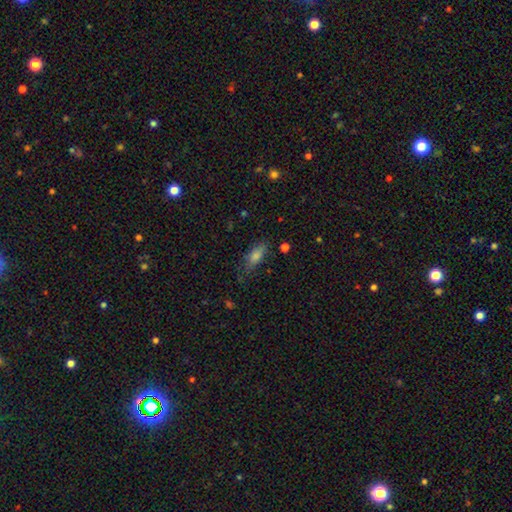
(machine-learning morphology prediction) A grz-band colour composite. It shows a smooth galaxy with no disk features (68%) that is in between round and cigar-shaped (60%). Merging: none (71%).